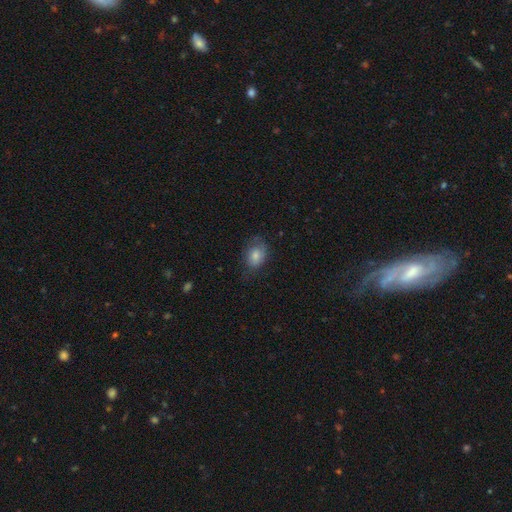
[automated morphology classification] Overall: smooth (78%). How rounded: in between (67%; round 32%). Merging: none (64%; minor disturbance 25%).